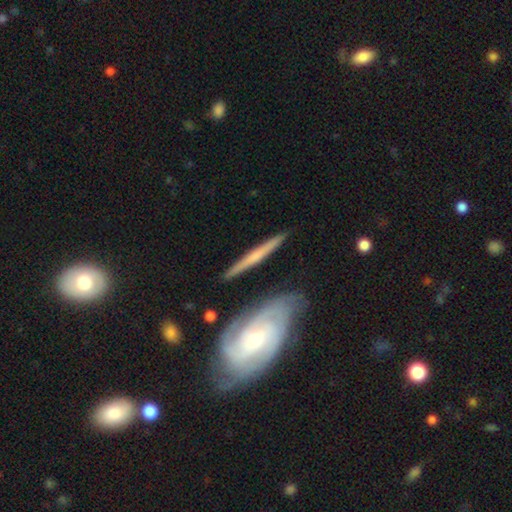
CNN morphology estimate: Smooth or featured?
  - featured or disk: 63% *
  - smooth: 31%
  - star or artifact: 6%
Edge-on disk?
  - yes: 86% *
  - no: 14%
Edge-on bulge?
  - none: 50% *
  - rounded: 44%
  - boxy: 7%
Merging?
  - none: 82% *
  - minor disturbance: 12%
  - merger: 4%
  - major disturbance: 3%